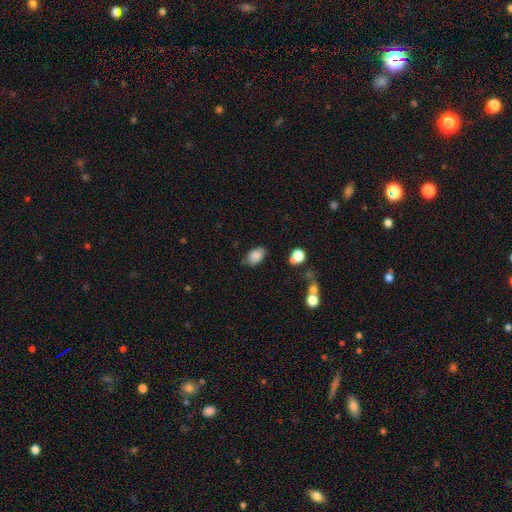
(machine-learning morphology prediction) Overall: smooth (85%). How rounded: in between (86%). Merging: none (75%).